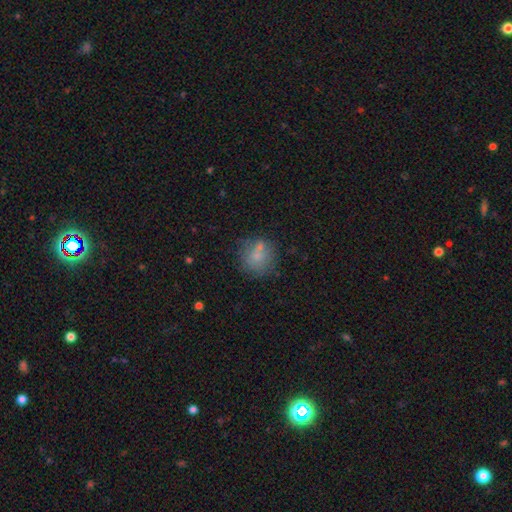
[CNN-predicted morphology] Smooth or featured?
  - smooth: 71% *
  - featured or disk: 17%
  - star or artifact: 13%
How rounded?
  - round: 86% *
  - in between: 13%
  - cigar-shaped: 1%
Merging?
  - none: 62% *
  - merger: 17%
  - minor disturbance: 15%
  - major disturbance: 6%